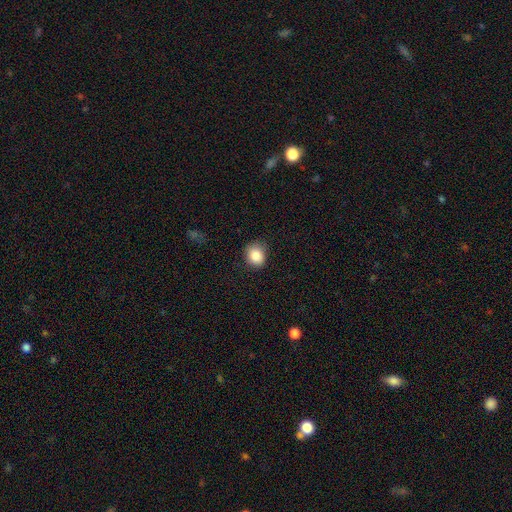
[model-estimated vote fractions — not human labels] A smooth galaxy with no disk features (86%) that is round (71%). Merging: none (77%).